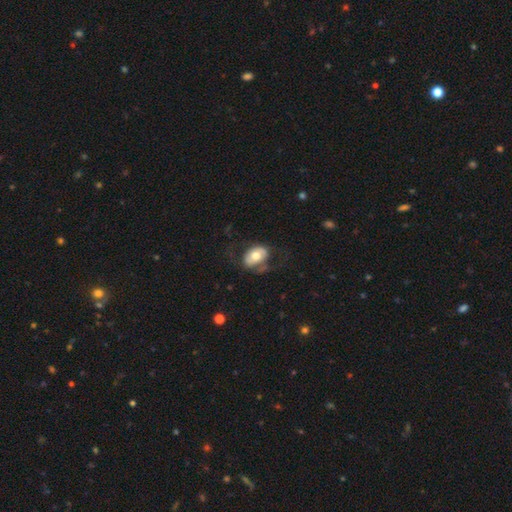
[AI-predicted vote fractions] A smooth galaxy with no disk features (52%) that is in between round and cigar-shaped (83%). Merging: none (56%).